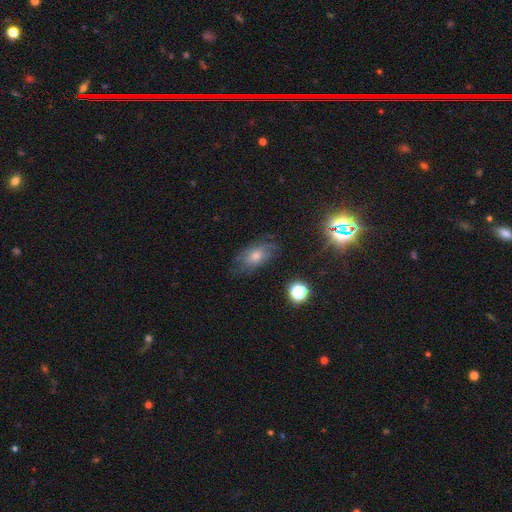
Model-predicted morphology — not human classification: A smooth galaxy with no disk features (42%).

Vote fractions:
- Smooth or featured? smooth: 42% / featured or disk: 37% / star or artifact: 21%
- Merging? none: 70% / minor disturbance: 21% / major disturbance: 7% / merger: 2%